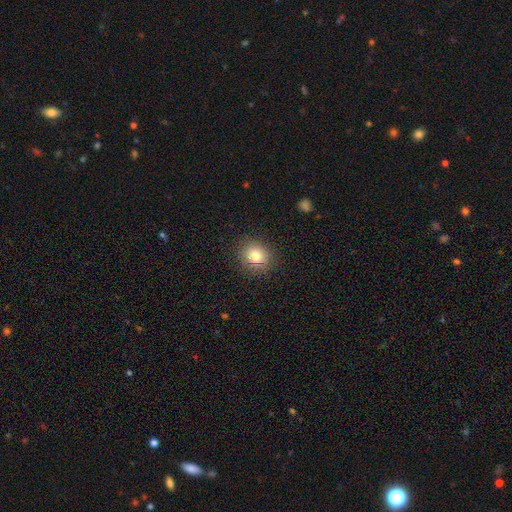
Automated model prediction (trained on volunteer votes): The model was most divided on "how rounded": round: 79%, in between: 20%, cigar-shaped: 1%. More confident: merging — none (88%); smooth or featured — smooth (77%).